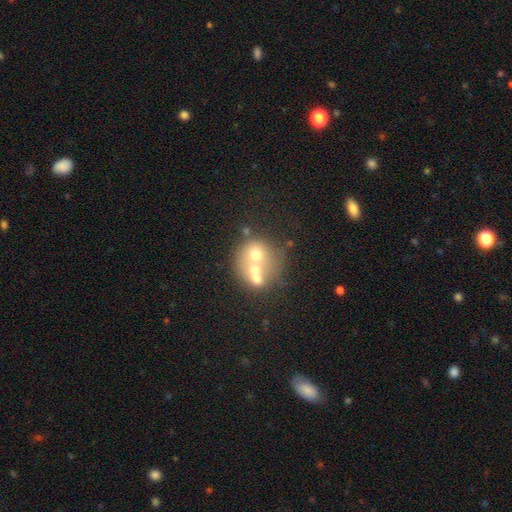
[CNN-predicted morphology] A smooth galaxy with no disk features (54%) that is round (78%). Merging: merger (63%).